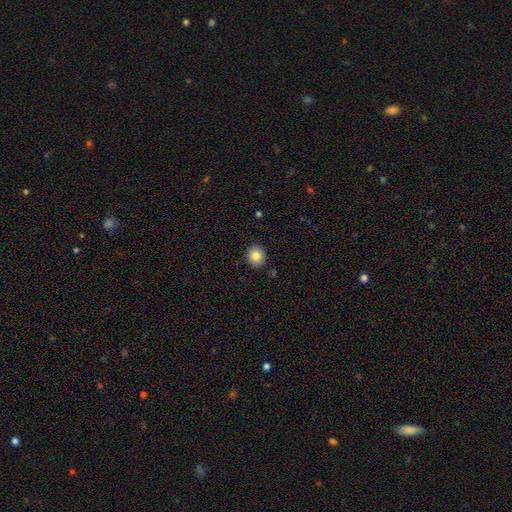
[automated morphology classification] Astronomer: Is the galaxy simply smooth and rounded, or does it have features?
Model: smooth — 83%.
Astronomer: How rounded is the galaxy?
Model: round — 85%.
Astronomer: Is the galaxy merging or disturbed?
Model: none — 90%.